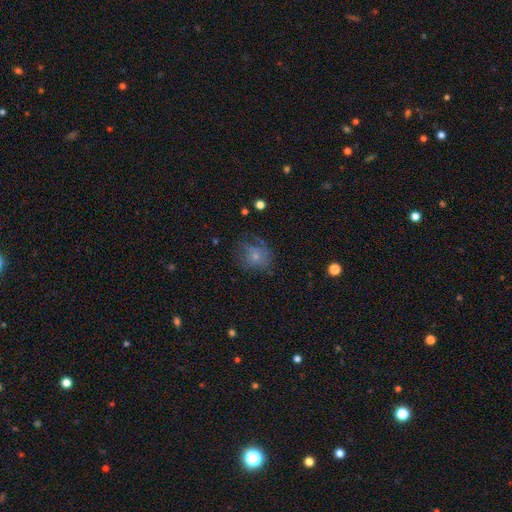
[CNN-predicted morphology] A smooth galaxy with no disk features (64%) that is round (69%).

Vote fractions:
- Smooth or featured? smooth: 64% / featured or disk: 24% / star or artifact: 12%
- How rounded? round: 69% / in between: 30% / cigar-shaped: 1%
- Merging? none: 51% / minor disturbance: 25% / major disturbance: 21% / merger: 2%